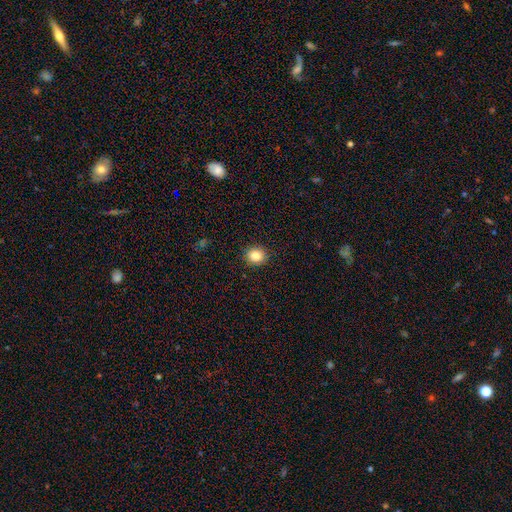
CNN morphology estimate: Overall: smooth (85%). How rounded: round (79%). Merging: none (91%).